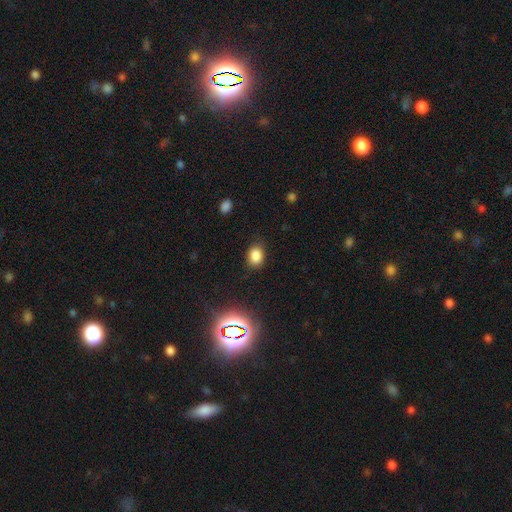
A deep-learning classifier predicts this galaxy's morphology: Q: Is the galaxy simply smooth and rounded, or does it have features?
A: smooth — 81%.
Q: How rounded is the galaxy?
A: in between — 59%.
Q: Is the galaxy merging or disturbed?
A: none — 80%.